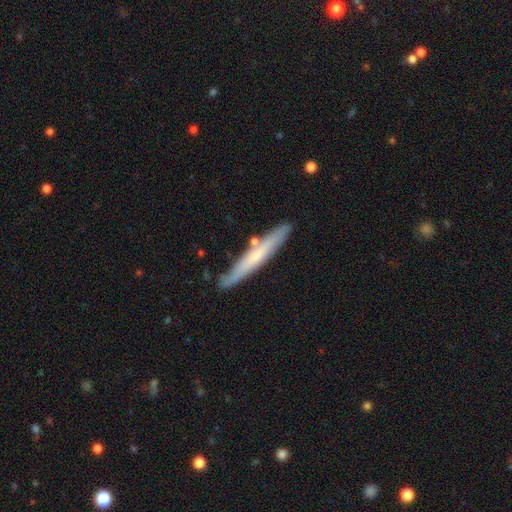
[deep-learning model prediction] A smooth galaxy with no disk features (48%). Merging: none (82%).